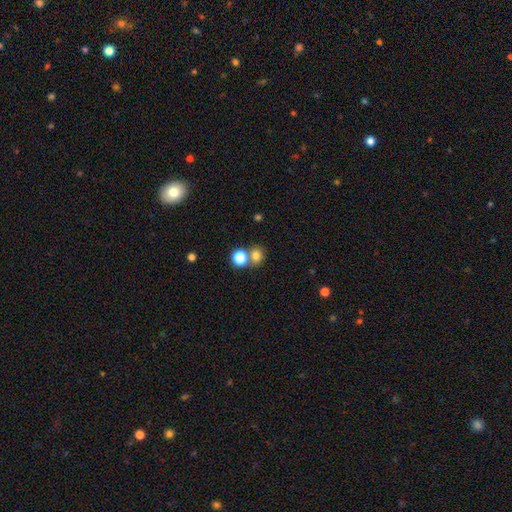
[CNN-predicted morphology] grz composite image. It shows a smooth galaxy with no disk features (77%) that is round (77%). Merging: none (56%).